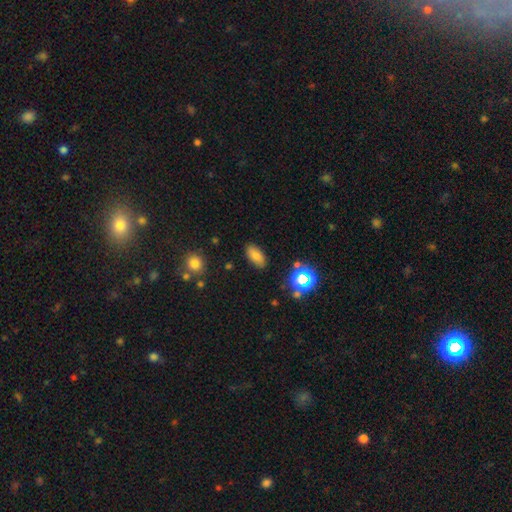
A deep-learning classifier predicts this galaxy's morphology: smooth 78%, star or artifact 13%, featured or disk 9%. Down the decision tree: how rounded — in between (90%); merging — none (86%).